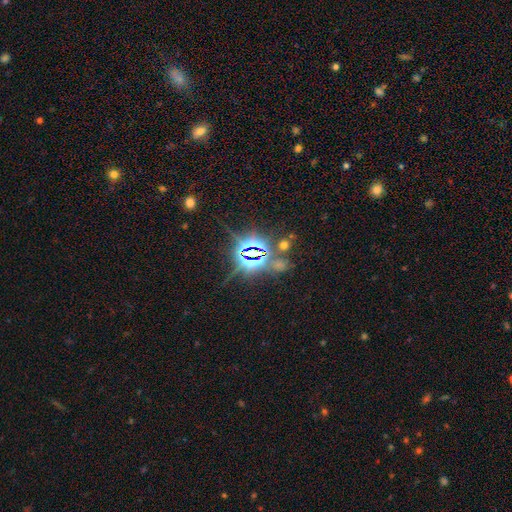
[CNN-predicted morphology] Overall: star or artifact (84%).